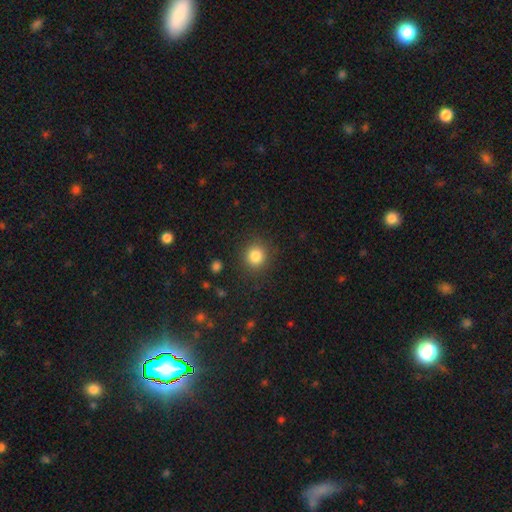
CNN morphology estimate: The model was most divided on "smooth or featured": smooth: 84%, star or artifact: 11%, featured or disk: 5%. More confident: how rounded — round (88%); merging — none (88%).